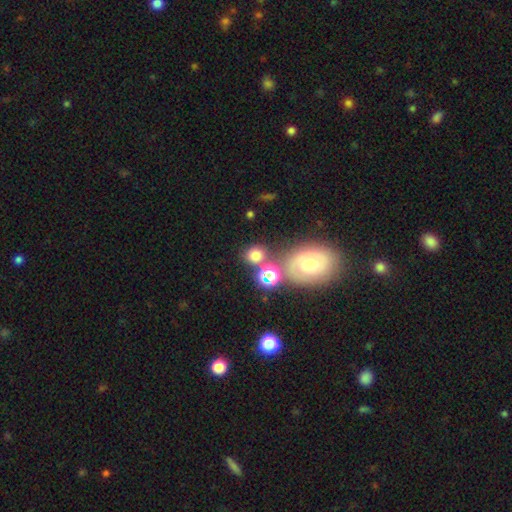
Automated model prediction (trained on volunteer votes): Q: Smooth or featured?
A: smooth (70%); runner-up: star or artifact (19%)
Q: How rounded?
A: round (76%); runner-up: in between (22%)
Q: Merging?
A: none (64%); runner-up: merger (18%)